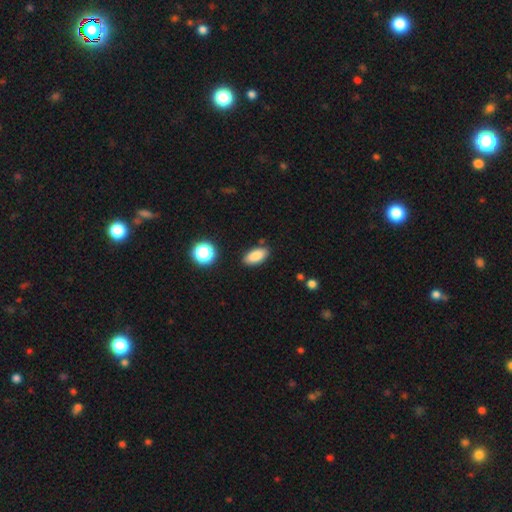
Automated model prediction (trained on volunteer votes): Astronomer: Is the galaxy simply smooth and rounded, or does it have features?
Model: smooth — 87%.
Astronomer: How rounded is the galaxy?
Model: in between — 89%.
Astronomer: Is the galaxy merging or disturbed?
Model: none — 87%.